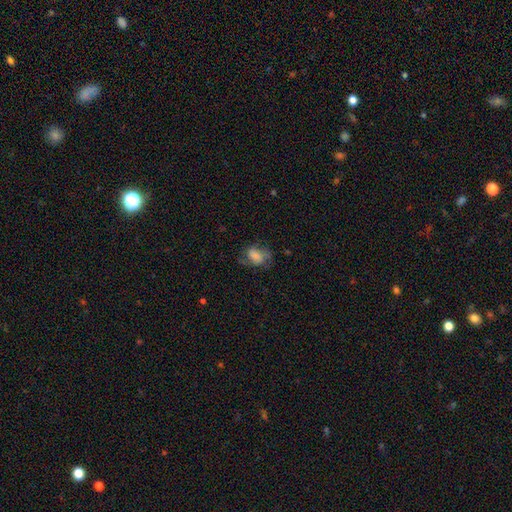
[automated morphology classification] Overall: smooth (56%; featured or disk 34%). How rounded: in between (77%). Merging: none (46%; major disturbance 26%).